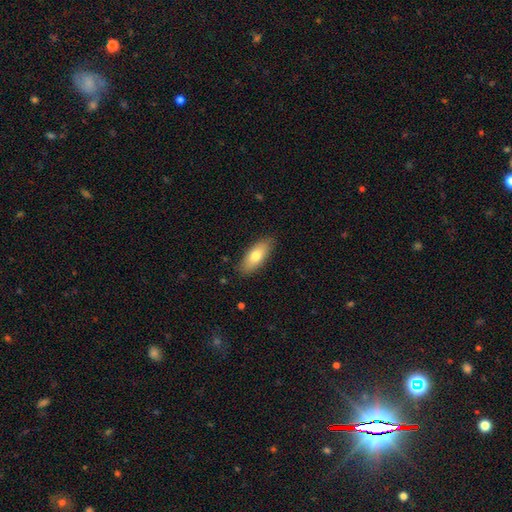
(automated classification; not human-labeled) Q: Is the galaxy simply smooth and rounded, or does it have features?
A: smooth — 74%.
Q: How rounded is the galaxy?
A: in between — 79%.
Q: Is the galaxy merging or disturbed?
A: none — 86%.